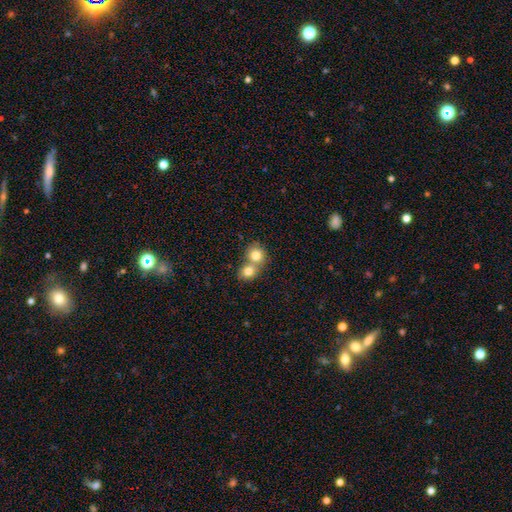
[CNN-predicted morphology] A smooth galaxy with no disk features (78%) that is round (81%). Merging: merger (65%).